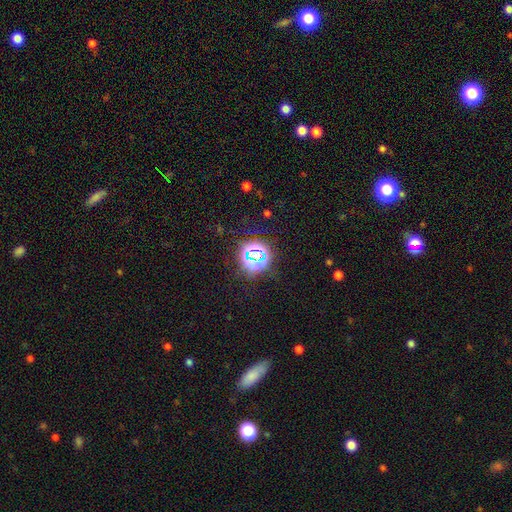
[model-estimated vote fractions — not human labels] Smooth or featured?
  - star or artifact: 73% *
  - smooth: 19%
  - featured or disk: 9%